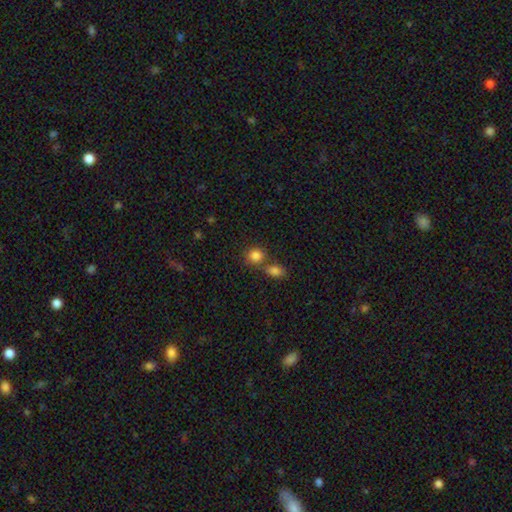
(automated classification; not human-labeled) Overall: smooth (83%). How rounded: round (77%). Merging: none (56%; merger 31%).